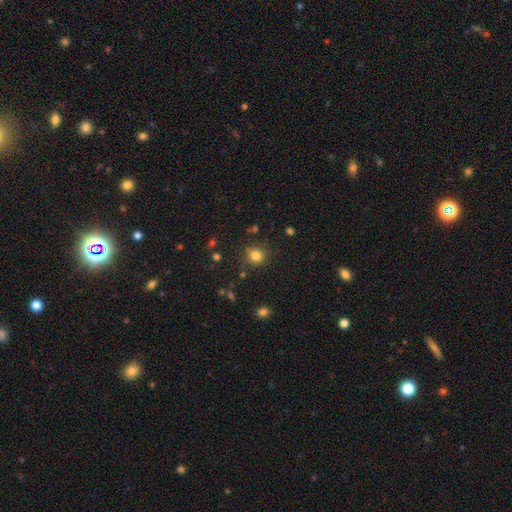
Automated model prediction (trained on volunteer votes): Morphology: type=smooth (81%); roundness=round (90%); merging=none (83%).